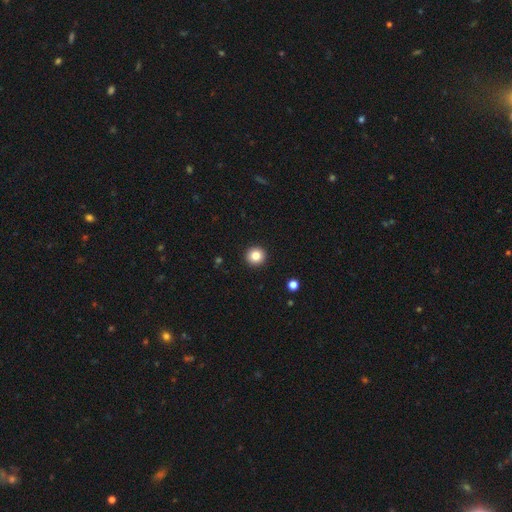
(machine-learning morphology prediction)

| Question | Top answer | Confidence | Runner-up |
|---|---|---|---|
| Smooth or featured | smooth | 83% | star or artifact (10%) |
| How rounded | round | 95% | in between (4%) |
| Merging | none | 93% | minor disturbance (4%) |